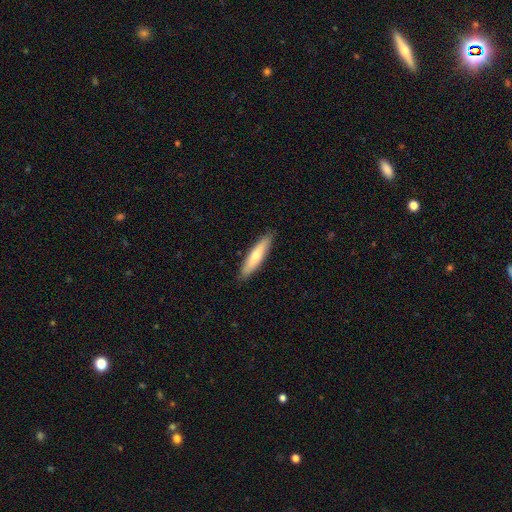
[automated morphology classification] A smooth galaxy with no disk features (64%) that is cigar-shaped (80%).

Vote fractions:
- Smooth or featured? smooth: 64% / featured or disk: 31% / star or artifact: 5%
- How rounded? cigar-shaped: 80% / in between: 18% / round: 1%
- Merging? none: 89% / minor disturbance: 9% / major disturbance: 2% / merger: 1%